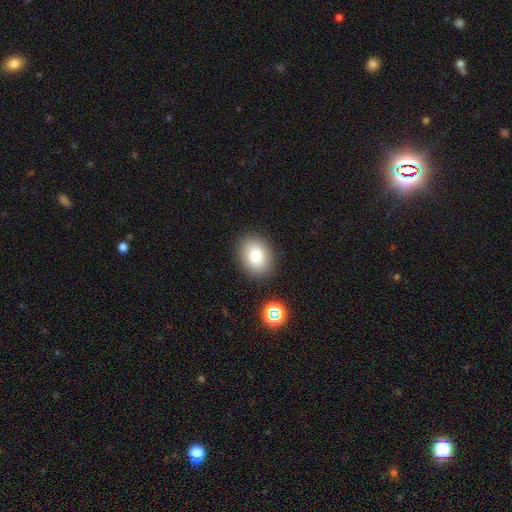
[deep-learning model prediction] The model was most divided on "how rounded": in between: 55%, round: 44%, cigar-shaped: 1%. More confident: merging — none (86%); smooth or featured — smooth (79%).